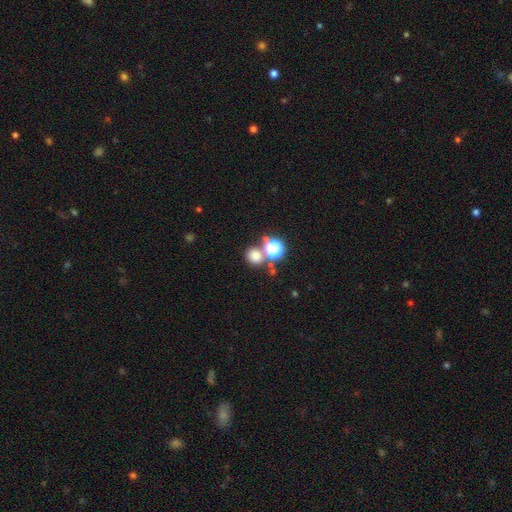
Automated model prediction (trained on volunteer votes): Smooth or featured?
  - smooth: 73% *
  - star or artifact: 21%
  - featured or disk: 6%
How rounded?
  - round: 78% *
  - in between: 21%
  - cigar-shaped: 1%
Merging?
  - none: 66% *
  - merger: 22%
  - minor disturbance: 8%
  - major disturbance: 4%